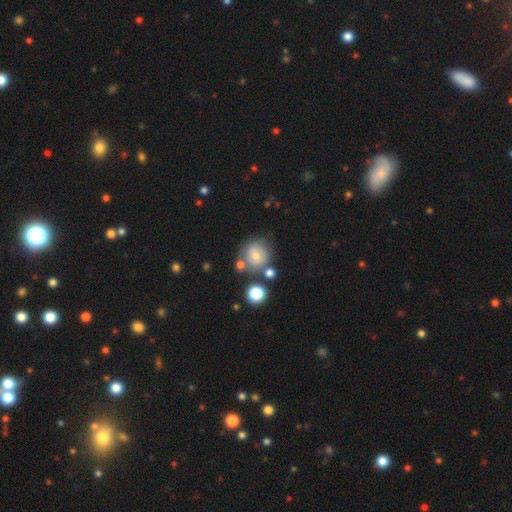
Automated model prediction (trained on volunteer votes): This is likely a smooth galaxy (61%). How rounded: clearly round (86%). Merging: possibly none (58%).